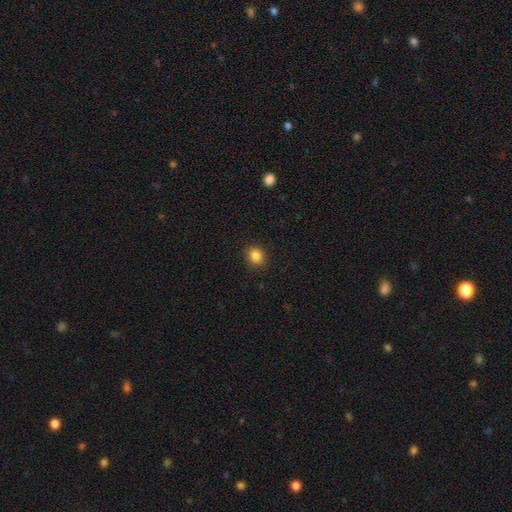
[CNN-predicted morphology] smooth-or-featured: smooth: 85% | star or artifact: 11% | featured or disk: 4%
  how-rounded: round: 74% | in between: 25% | cigar-shaped: 1%
  merging: none: 90% | minor disturbance: 7% | major disturbance: 2% | merger: 1%